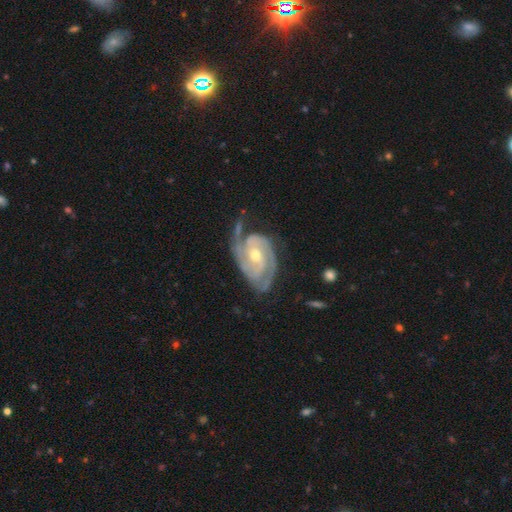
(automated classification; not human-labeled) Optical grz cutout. It shows a featured or disk galaxy (92%) with no bar (48%), 2 (62%) tight (58%) spiral arms (98%) and a moderate central bulge (58%). Merging: none (61%).